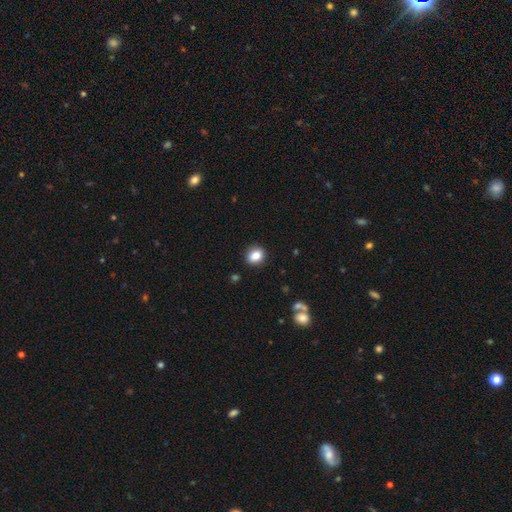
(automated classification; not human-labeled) Morphology: type=smooth (85%); roundness=round (56%); merging=none (87%).